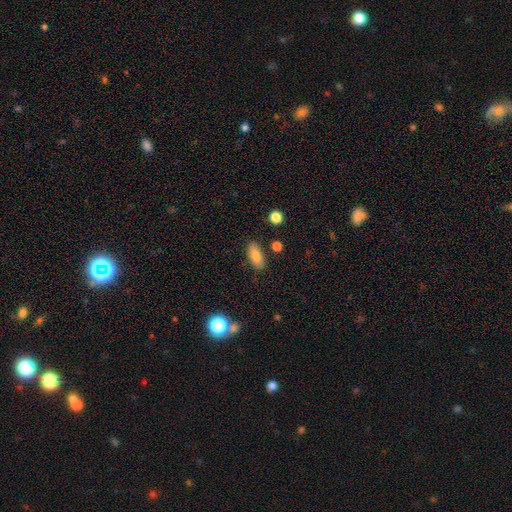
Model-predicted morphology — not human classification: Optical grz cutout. It shows a smooth galaxy with no disk features (82%) that is in between round and cigar-shaped (87%). Merging: none (83%).